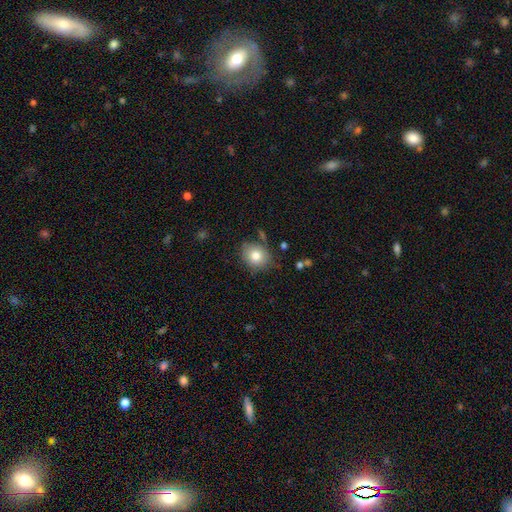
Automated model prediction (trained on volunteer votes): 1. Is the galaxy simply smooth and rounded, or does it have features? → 80% smooth, 10% featured or disk, 10% star or artifact.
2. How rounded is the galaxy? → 65% round, 35% in between, 1% cigar-shaped.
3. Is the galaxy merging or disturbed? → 76% none, 16% minor disturbance, 4% major disturbance, 4% merger.